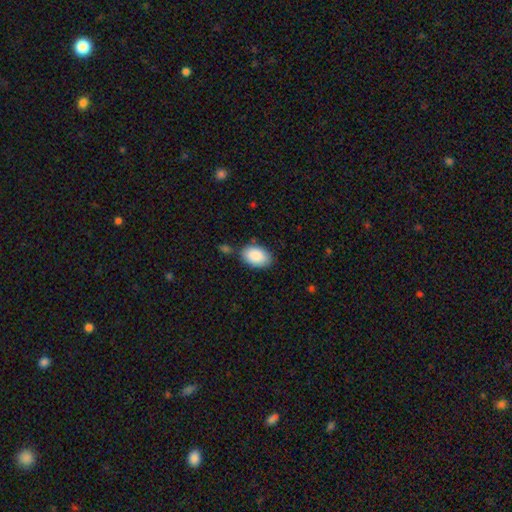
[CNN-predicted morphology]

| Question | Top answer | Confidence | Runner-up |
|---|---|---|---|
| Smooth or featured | smooth | 89% | star or artifact (6%) |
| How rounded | in between | 92% | round (7%) |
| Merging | none | 76% | minor disturbance (14%) |